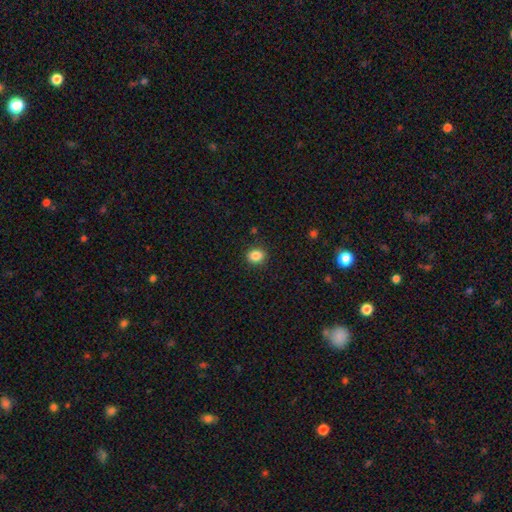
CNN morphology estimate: type=smooth (86%); roundness=round (64%); merging=none (89%).